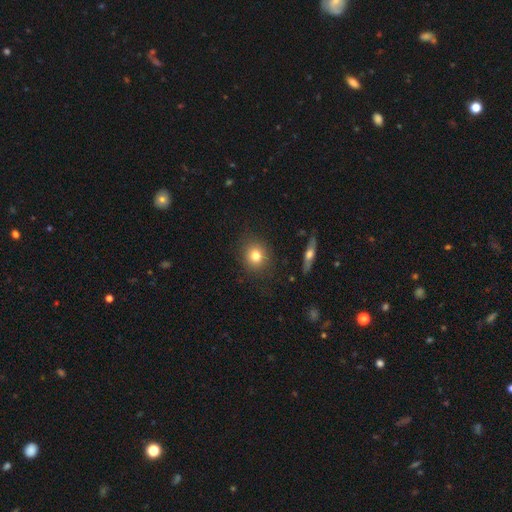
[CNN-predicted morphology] smooth_or_featured: smooth (p=0.79) [alt: star or artifact p=0.11]
how_rounded: round (p=0.83) [alt: in between p=0.15]
merging: none (p=0.86) [alt: minor disturbance p=0.09]